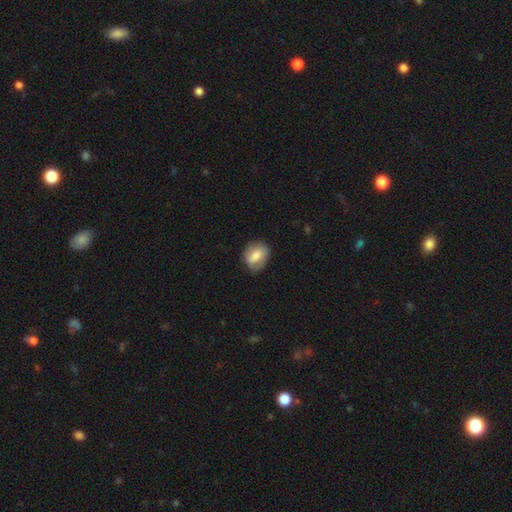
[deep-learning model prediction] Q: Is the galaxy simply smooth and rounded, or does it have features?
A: smooth — 69%.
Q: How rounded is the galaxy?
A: in between — 58%.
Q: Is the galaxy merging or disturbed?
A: none — 71%.